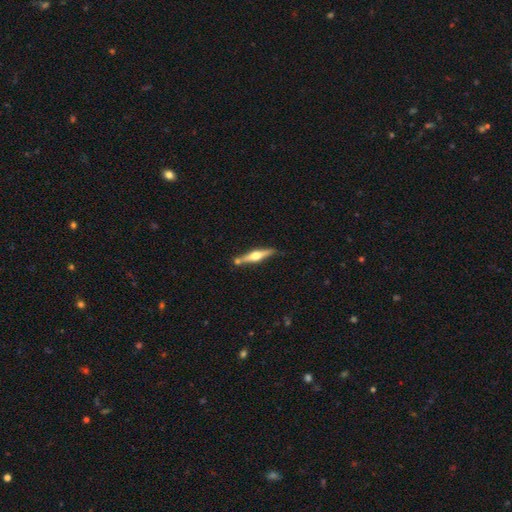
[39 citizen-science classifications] A featured or disk galaxy (67%) viewed edge-on (100%) with a rounded central bulge (96%).

Vote fractions:
- Smooth or featured? featured or disk: 67% / smooth: 26% / star or artifact: 8%
- Edge-on disk? yes: 100% / no: 0%
- Edge-on bulge? rounded: 96% / boxy: 4% / none: 0%
- Merging? none: 75% / merger: 14% / minor disturbance: 11% / major disturbance: 0%